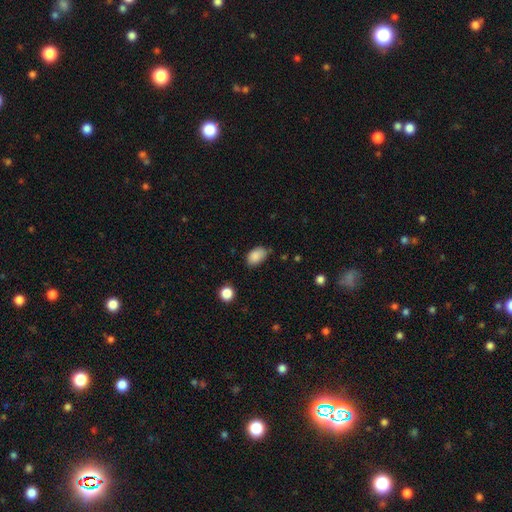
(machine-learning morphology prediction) Q: Smooth or featured?
A: smooth (87%); runner-up: star or artifact (8%)
Q: How rounded?
A: in between (87%); runner-up: round (12%)
Q: Merging?
A: none (66%); runner-up: minor disturbance (27%)